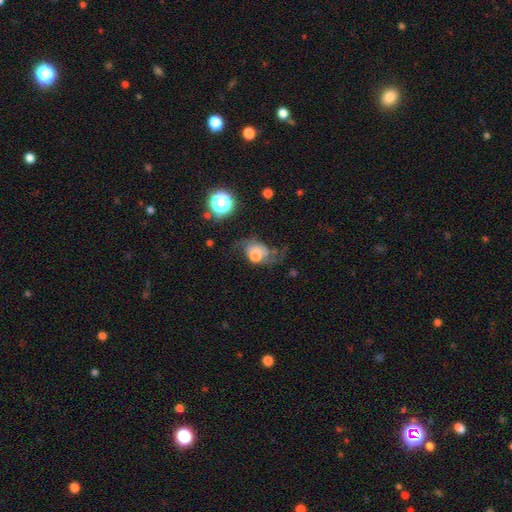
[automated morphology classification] Smooth or featured? smooth (48%)
Merging? major disturbance (46%)